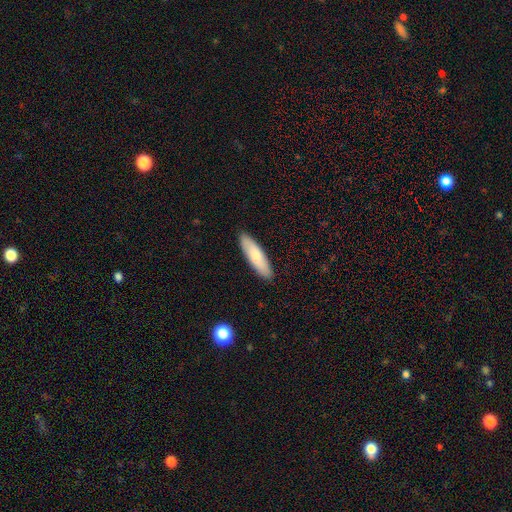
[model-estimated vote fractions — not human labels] smooth_or_featured: smooth (p=0.77) [alt: featured or disk p=0.18]
how_rounded: cigar-shaped (p=0.64) [alt: in between p=0.34]
merging: none (p=0.90) [alt: minor disturbance p=0.07]